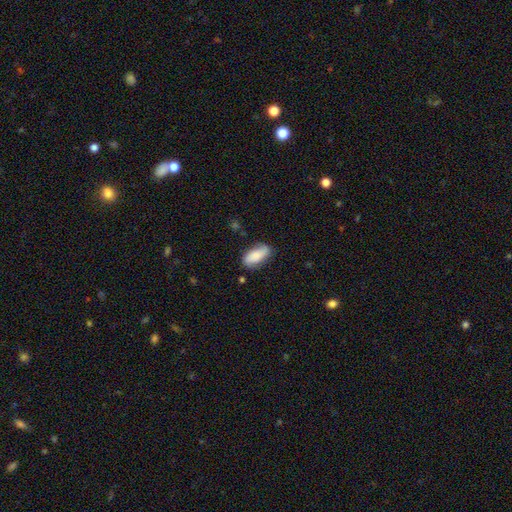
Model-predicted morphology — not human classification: Q: Smooth or featured?
A: smooth (76%); runner-up: featured or disk (17%)
Q: How rounded?
A: in between (86%); runner-up: cigar-shaped (11%)
Q: Merging?
A: none (73%); runner-up: minor disturbance (21%)